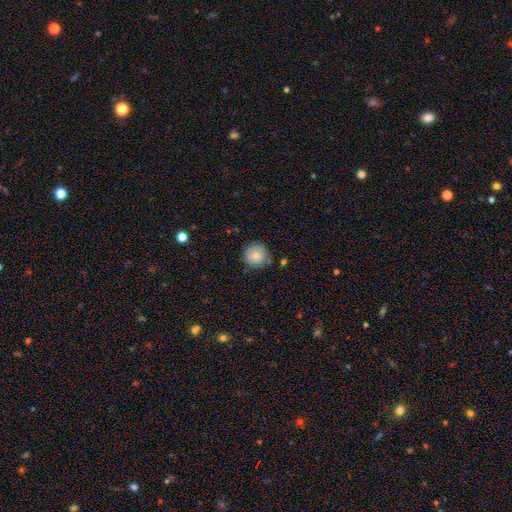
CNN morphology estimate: The model was most divided on "smooth or featured": smooth: 73%, featured or disk: 18%, star or artifact: 9%. More confident: how rounded — round (92%); merging — none (78%).